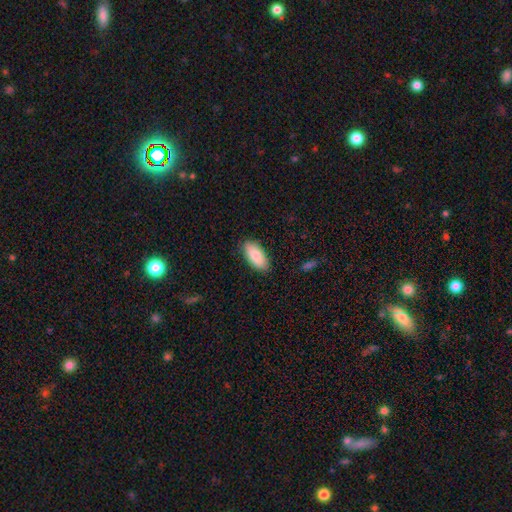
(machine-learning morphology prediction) The model was most divided on "how rounded": in between: 88%, cigar-shaped: 10%, round: 2%. More confident: merging — none (87%); smooth or featured — smooth (86%).